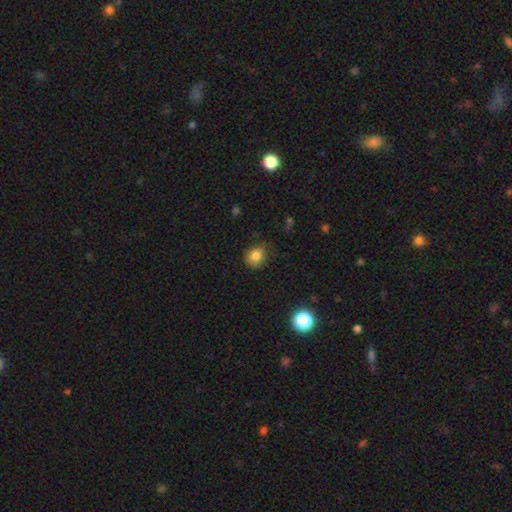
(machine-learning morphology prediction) This appears to be a smooth galaxy with no disk features (82%) that is round (77%). Merging: none (75%).